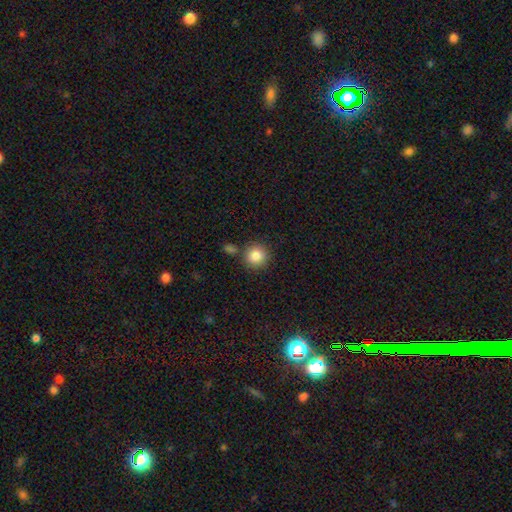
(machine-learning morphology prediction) type=smooth (85%); roundness=round (93%); merging=none (80%).